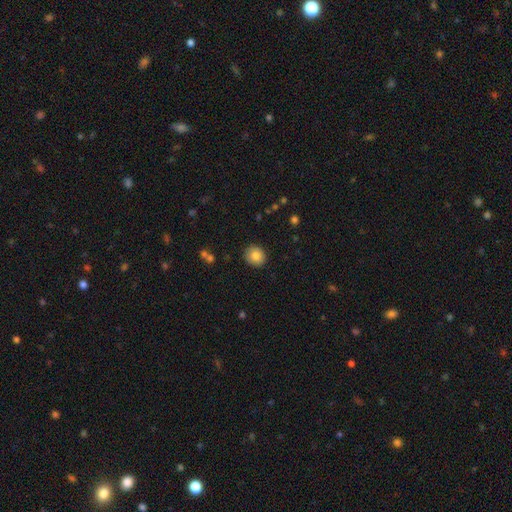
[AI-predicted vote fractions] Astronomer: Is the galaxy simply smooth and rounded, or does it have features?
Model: smooth — 84%.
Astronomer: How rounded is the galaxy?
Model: round — 84%.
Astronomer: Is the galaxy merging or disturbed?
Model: none — 90%.